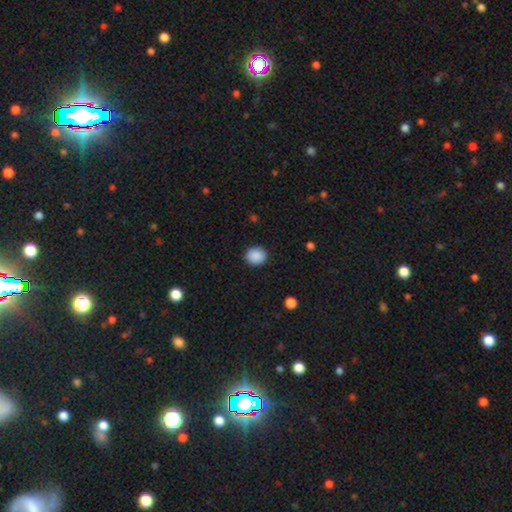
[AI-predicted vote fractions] Smooth or featured? Predicted: smooth (p=0.89). How rounded? Predicted: round (p=0.75). Merging? Predicted: none (p=0.91).